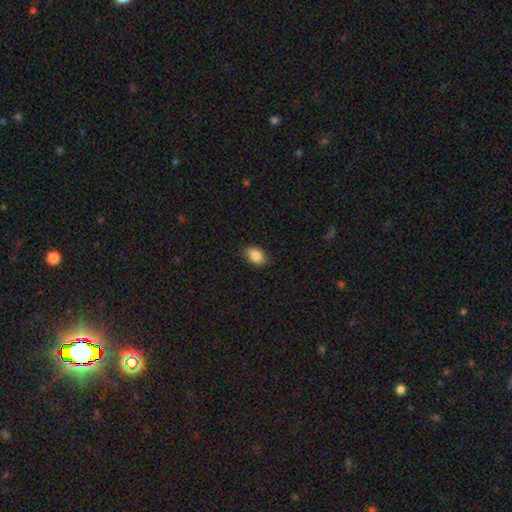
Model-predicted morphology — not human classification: type=smooth (88%); roundness=in between (82%); merging=none (83%).